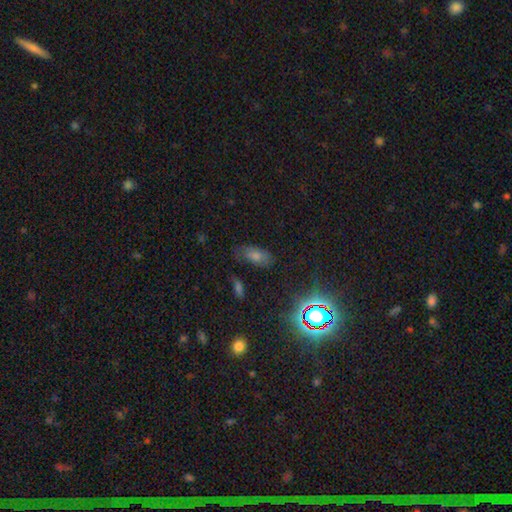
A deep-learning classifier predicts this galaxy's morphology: This is possibly a smooth galaxy (52%). How rounded: clearly in between (87%). Merging: likely none (73%).